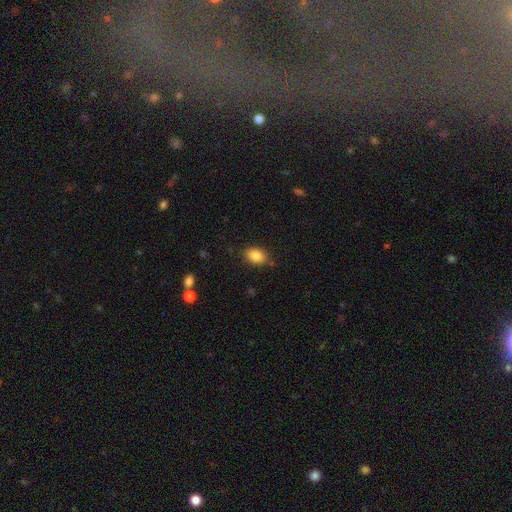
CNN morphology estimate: smooth_or_featured: smooth (p=0.87) [alt: star or artifact p=0.08]
how_rounded: in between (p=0.84) [alt: round p=0.15]
merging: none (p=0.82) [alt: minor disturbance p=0.13]